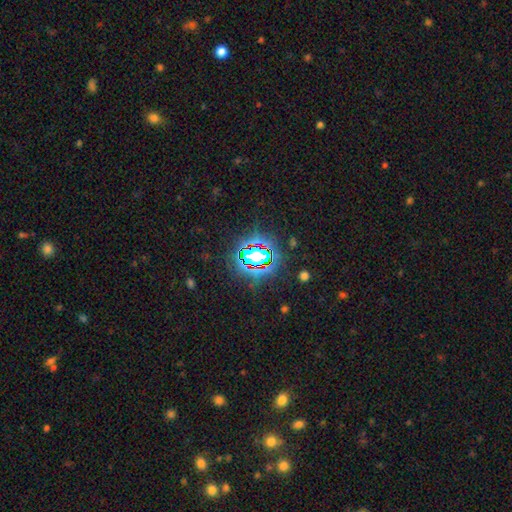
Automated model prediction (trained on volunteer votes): Smooth or featured? star or artifact (74%)